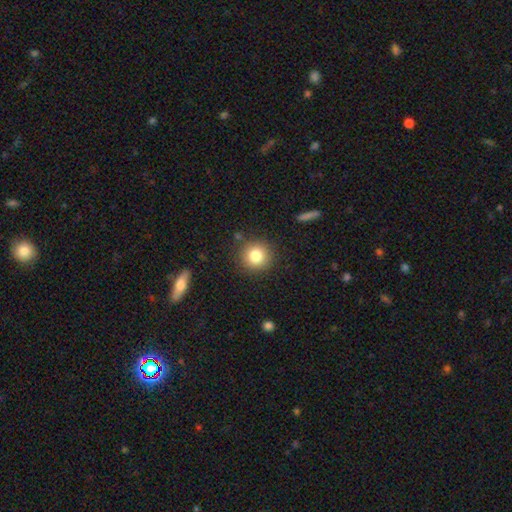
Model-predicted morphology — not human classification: Smooth or featured? Predicted: smooth (p=0.81). How rounded? Predicted: round (p=0.93). Merging? Predicted: none (p=0.87).